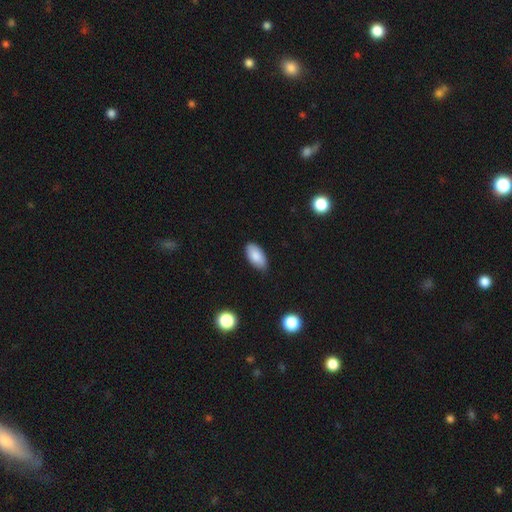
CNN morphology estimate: smooth 84%, featured or disk 9%, star or artifact 7%. Down the decision tree: how rounded — in between (94%); merging — none (83%).